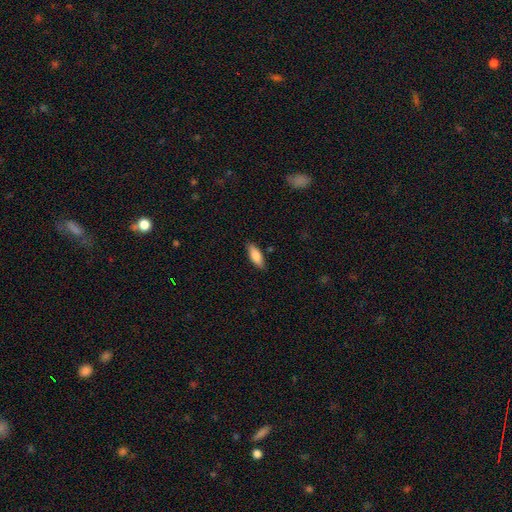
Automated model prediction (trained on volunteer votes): smooth 83%, featured or disk 11%, star or artifact 6%. Down the decision tree: how rounded — in between (72%); merging — none (83%).